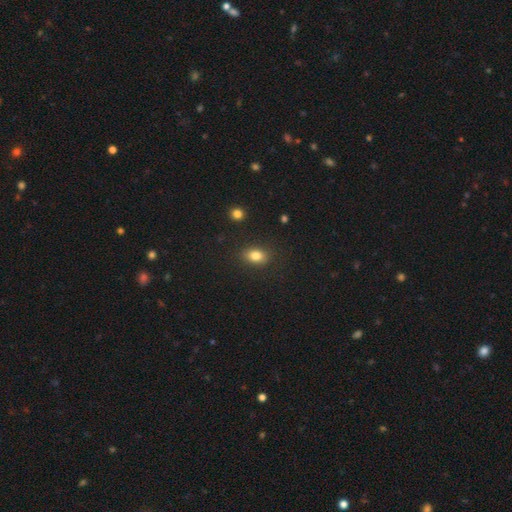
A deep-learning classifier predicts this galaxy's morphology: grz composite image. It shows a smooth galaxy with no disk features (82%) that is in between round and cigar-shaped (76%). Merging: none (83%).